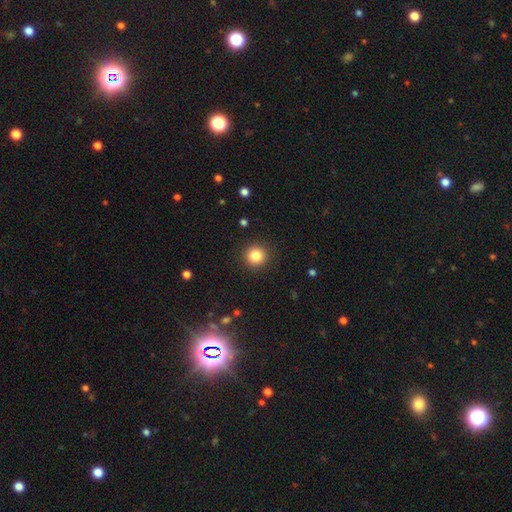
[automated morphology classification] type=smooth (84%); roundness=round (93%); merging=none (91%).